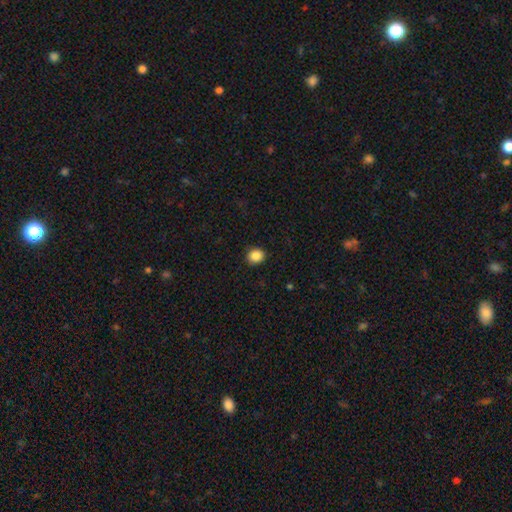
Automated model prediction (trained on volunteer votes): Overall: smooth (87%). How rounded: round (82%). Merging: none (91%).